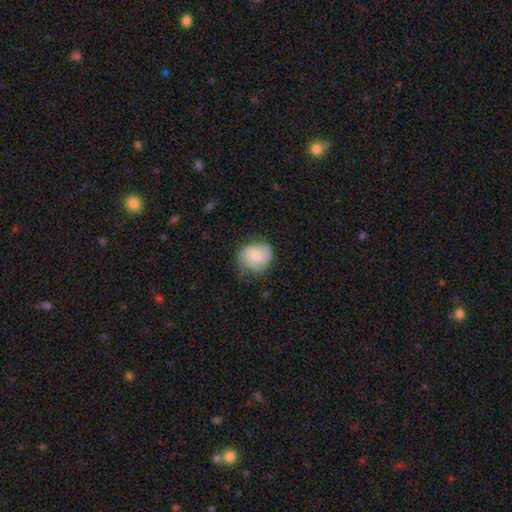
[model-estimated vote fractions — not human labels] smooth-or-featured: smooth: 51% | featured or disk: 42% | star or artifact: 7%
  how-rounded: round: 64% | in between: 35% | cigar-shaped: 1%
  merging: none: 57% | minor disturbance: 31% | major disturbance: 11% | merger: 1%